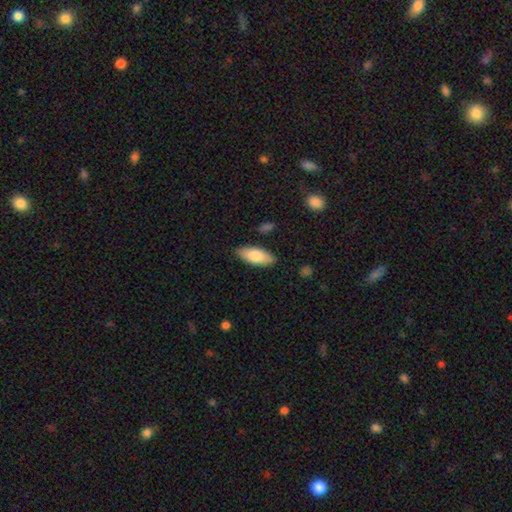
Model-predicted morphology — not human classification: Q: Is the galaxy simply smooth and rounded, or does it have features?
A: smooth — 81%.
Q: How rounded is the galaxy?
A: in between — 82%.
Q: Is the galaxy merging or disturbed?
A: none — 86%.